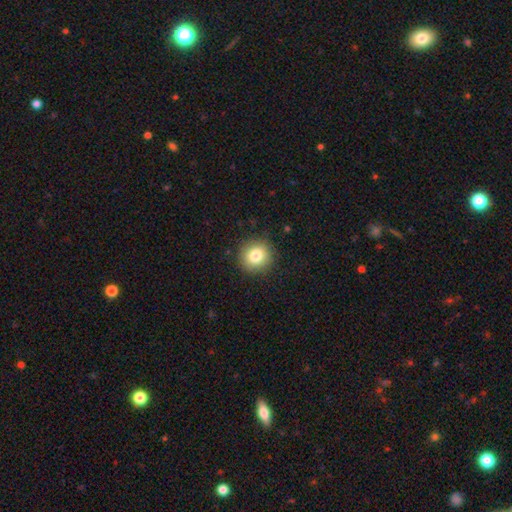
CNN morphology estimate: smooth-or-featured: smooth: 81% | star or artifact: 10% | featured or disk: 9%
  how-rounded: round: 92% | in between: 7% | cigar-shaped: 1%
  merging: none: 90% | minor disturbance: 7% | major disturbance: 2% | merger: 1%